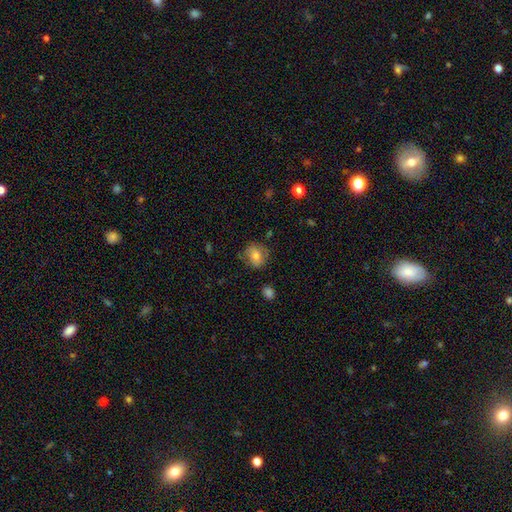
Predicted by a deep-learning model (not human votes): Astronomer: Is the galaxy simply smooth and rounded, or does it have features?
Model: smooth — 69%.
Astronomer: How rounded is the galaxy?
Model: round — 64%.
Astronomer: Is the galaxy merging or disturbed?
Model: none — 72%.